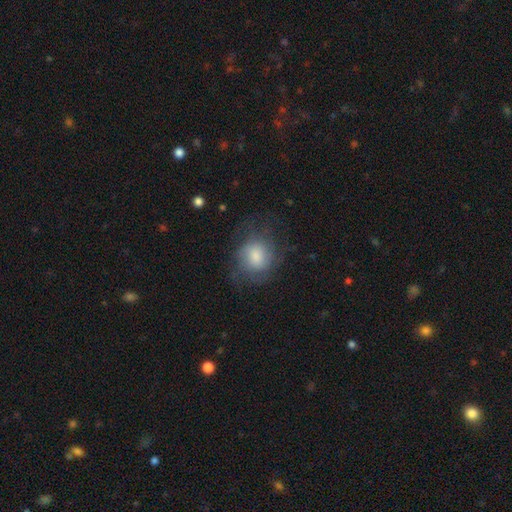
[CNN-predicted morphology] A smooth galaxy with no disk features (61%) that is round (64%).

Vote fractions:
- Smooth or featured? smooth: 61% / featured or disk: 28% / star or artifact: 10%
- How rounded? round: 64% / in between: 35% / cigar-shaped: 1%
- Merging? none: 62% / minor disturbance: 21% / major disturbance: 15% / merger: 1%